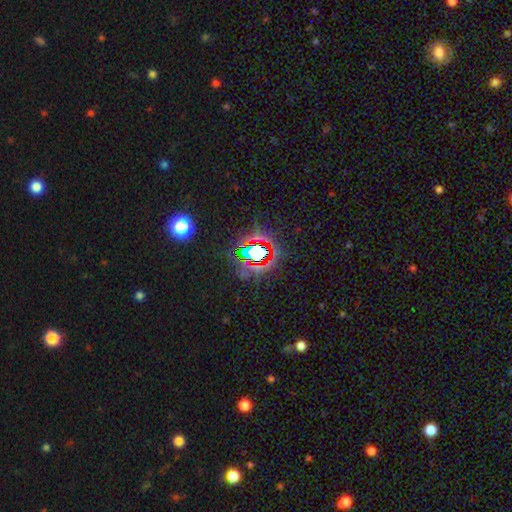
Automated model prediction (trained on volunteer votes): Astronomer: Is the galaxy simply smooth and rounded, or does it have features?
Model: star or artifact — 76%.